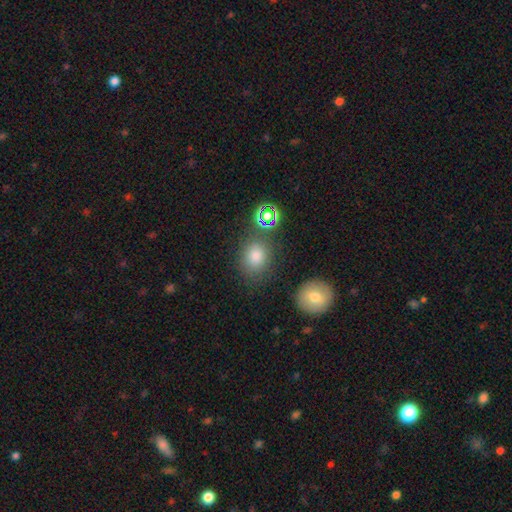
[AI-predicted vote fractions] Smooth or featured? Predicted: smooth (p=0.73). How rounded? Predicted: round (p=0.56). Merging? Predicted: none (p=0.76).